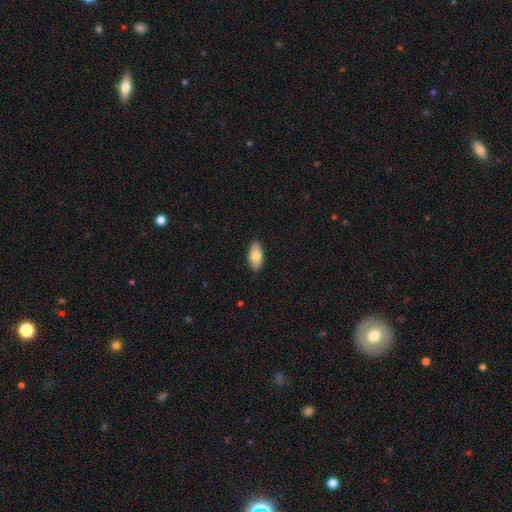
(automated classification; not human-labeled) A smooth galaxy with no disk features (76%) that is in between round and cigar-shaped (90%). Merging: none (88%).